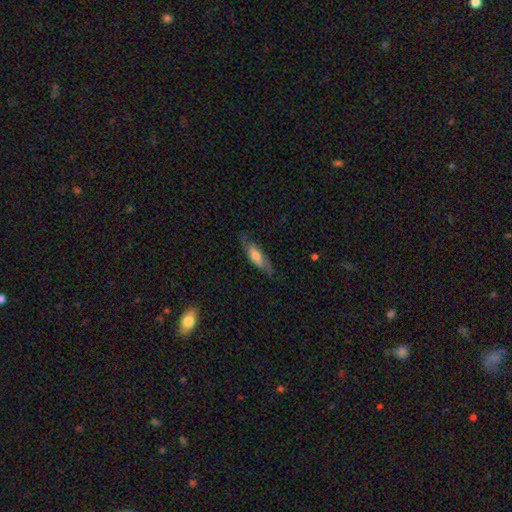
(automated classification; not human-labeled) Overall: featured or disk (59%; smooth 35%). Edge-on disk: no (69%; yes 31%). Merging: none (74%).